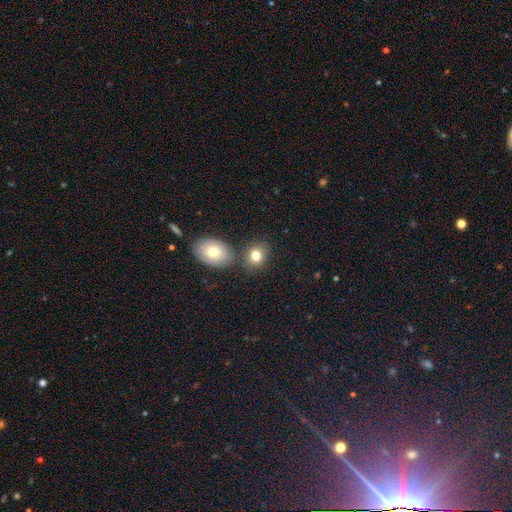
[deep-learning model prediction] Smooth or featured? Predicted: smooth (p=0.79). How rounded? Predicted: round (p=0.51). Merging? Predicted: none (p=0.67).